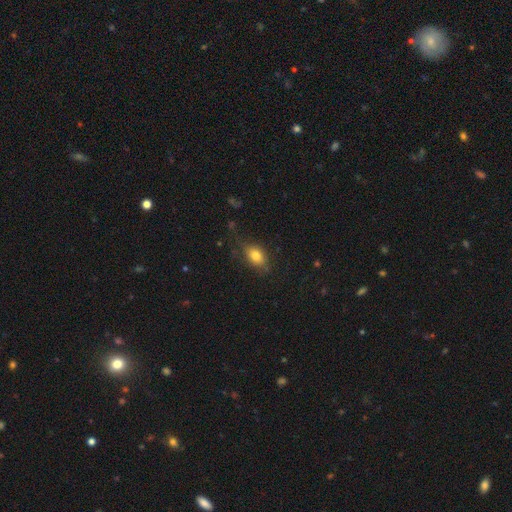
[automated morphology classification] Smooth or featured: smooth — 80% (featured or disk — 11%)
How rounded: in between — 80% (round — 17%)
Merging: none — 69% (minor disturbance — 22%)